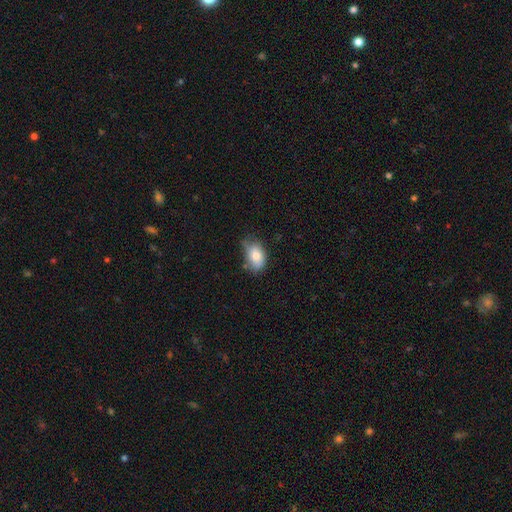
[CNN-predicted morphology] smooth_or_featured: smooth (p=0.79) [alt: featured or disk p=0.13]
how_rounded: in between (p=0.85) [alt: round p=0.14]
merging: none (p=0.51) [alt: minor disturbance p=0.38]